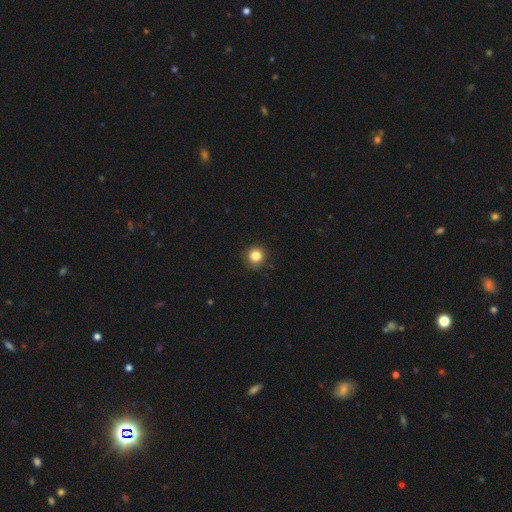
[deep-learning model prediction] Smooth or featured? smooth (84%)
How rounded? round (93%)
Merging? none (89%)